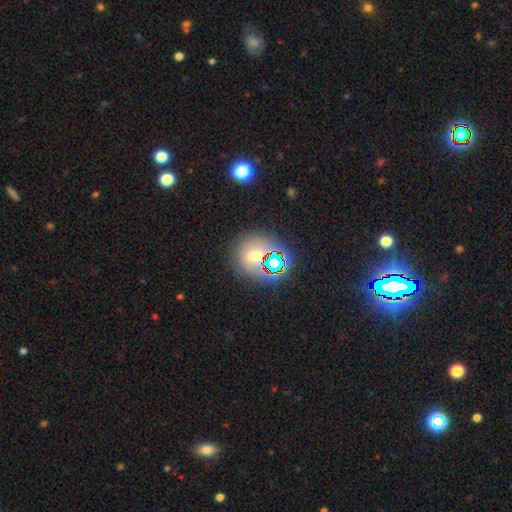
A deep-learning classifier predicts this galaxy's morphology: This appears to be a smooth galaxy with no disk features (51%) that is round (77%). Merging: none (70%).